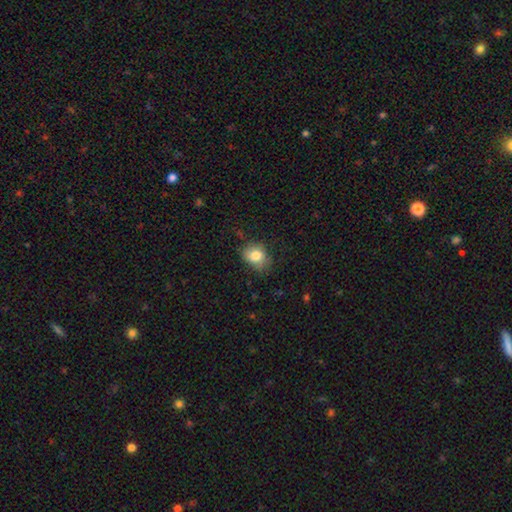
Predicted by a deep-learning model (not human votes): Smooth or featured? smooth (81%)
How rounded? in between (52%)
Merging? none (66%)